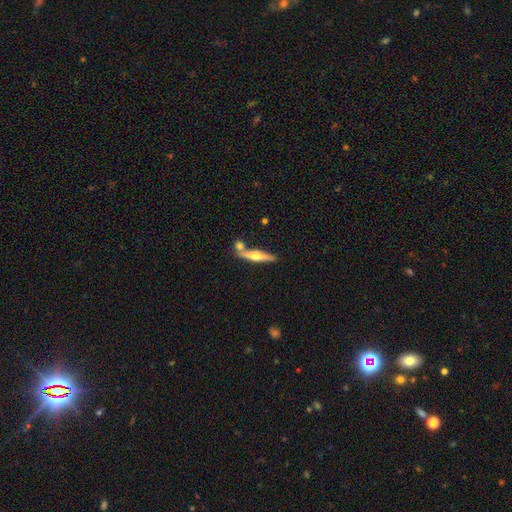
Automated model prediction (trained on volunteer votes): This is possibly a featured or disk galaxy (59%). It is clearly viewed edge-on (95%). Edge-on bulge: clearly rounded (92%). Merging: likely none (66%).